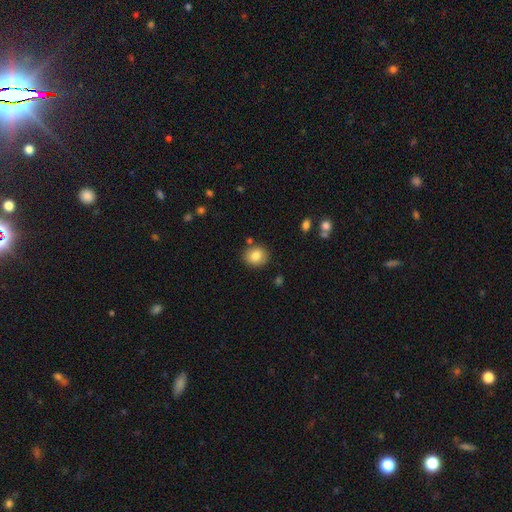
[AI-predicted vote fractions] This appears to be a smooth galaxy with no disk features (82%) that is round (73%). Merging: none (84%).